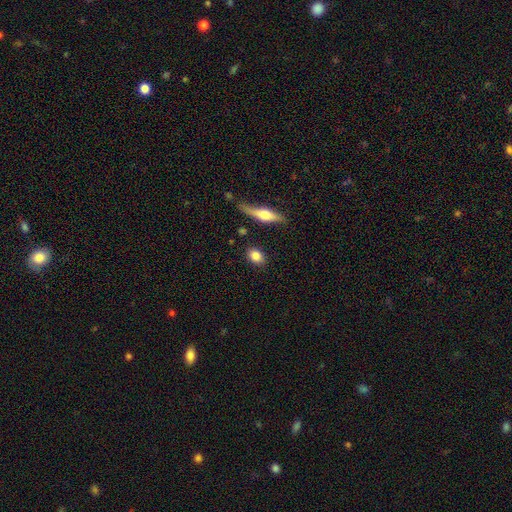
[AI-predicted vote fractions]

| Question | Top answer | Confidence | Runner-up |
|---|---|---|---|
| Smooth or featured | smooth | 81% | featured or disk (12%) |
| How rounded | in between | 60% | round (35%) |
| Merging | none | 85% | minor disturbance (9%) |